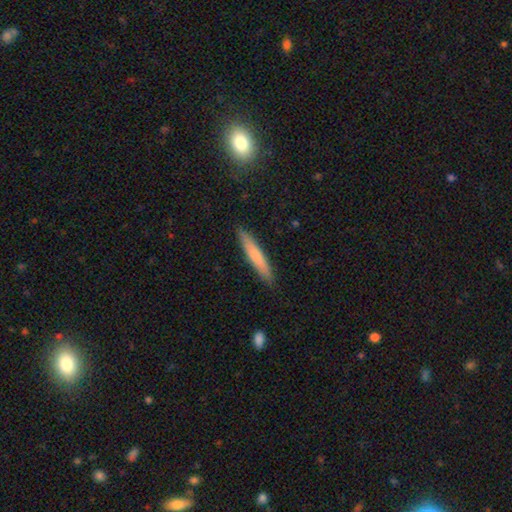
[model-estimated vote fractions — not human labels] This appears to be a smooth galaxy with no disk features (72%) that is cigar-shaped (93%). Merging: none (89%).